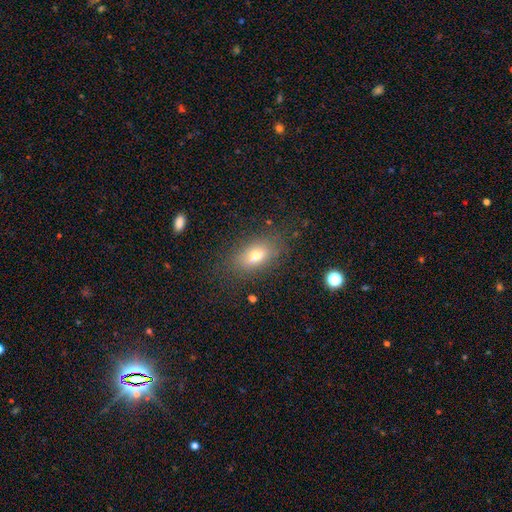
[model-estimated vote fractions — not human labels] The model was most divided on "smooth or featured": smooth: 72%, featured or disk: 16%, star or artifact: 12%. More confident: how rounded — in between (82%); merging — none (80%).